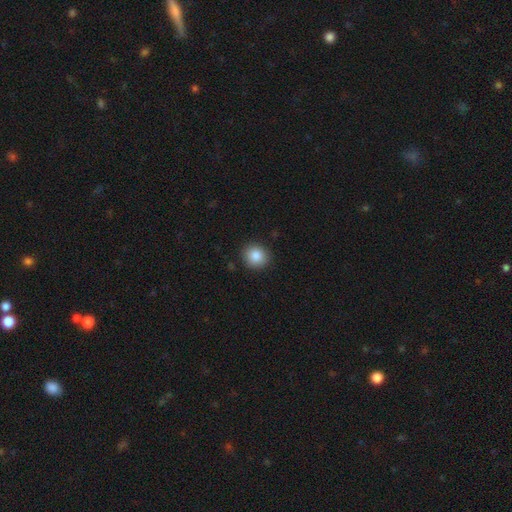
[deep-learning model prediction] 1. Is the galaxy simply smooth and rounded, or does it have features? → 86% smooth, 9% star or artifact, 5% featured or disk.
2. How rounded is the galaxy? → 86% round, 13% in between, 1% cigar-shaped.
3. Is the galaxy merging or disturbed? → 90% none, 7% minor disturbance, 2% major disturbance, 1% merger.